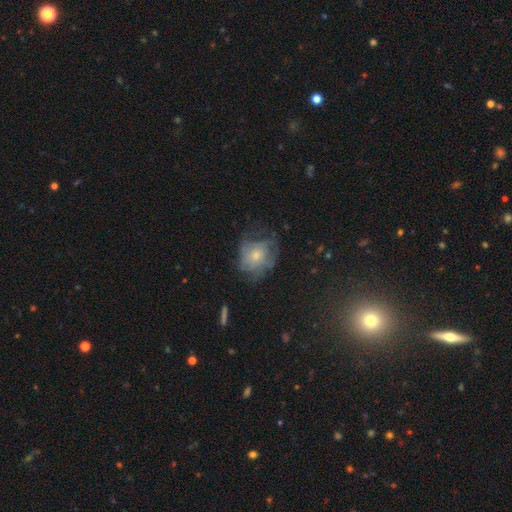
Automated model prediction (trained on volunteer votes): Smooth or featured? featured or disk (46%)
Merging? none (48%)